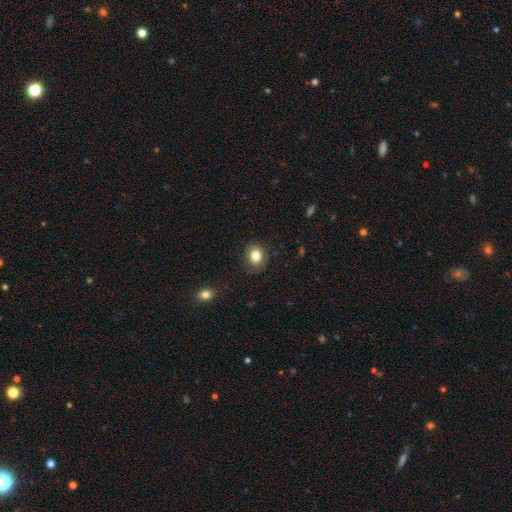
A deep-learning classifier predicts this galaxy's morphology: Smooth or featured? smooth (82%)
How rounded? round (62%)
Merging? none (84%)